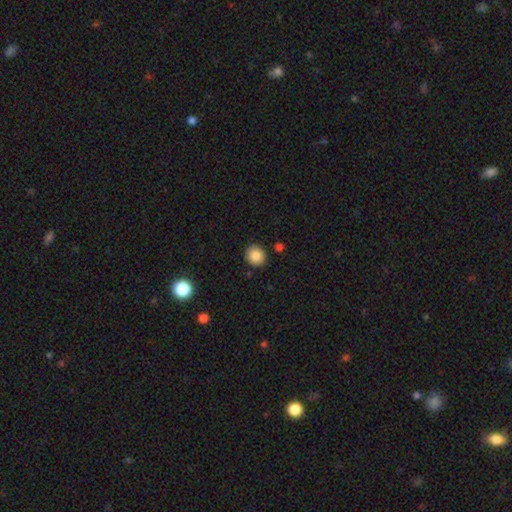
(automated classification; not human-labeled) A smooth galaxy with no disk features (86%) that is round (78%).

Vote fractions:
- Smooth or featured? smooth: 86% / star or artifact: 9% / featured or disk: 5%
- How rounded? round: 78% / in between: 21% / cigar-shaped: 1%
- Merging? none: 87% / minor disturbance: 9% / merger: 2% / major disturbance: 2%